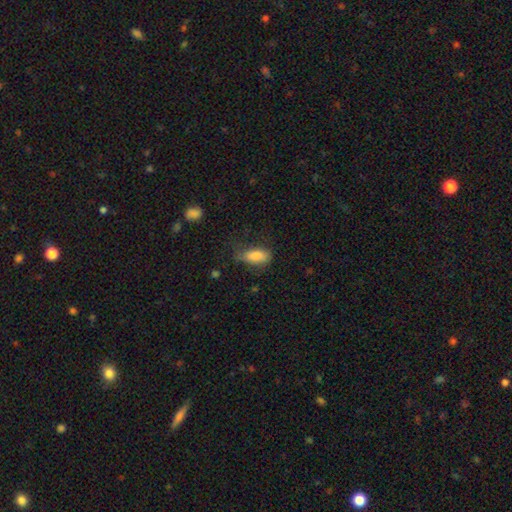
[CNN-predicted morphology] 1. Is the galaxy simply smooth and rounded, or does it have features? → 84% smooth, 8% featured or disk, 7% star or artifact.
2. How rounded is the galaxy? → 83% in between, 15% cigar-shaped, 3% round.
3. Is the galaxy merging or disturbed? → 55% none, 30% minor disturbance, 13% major disturbance, 2% merger.